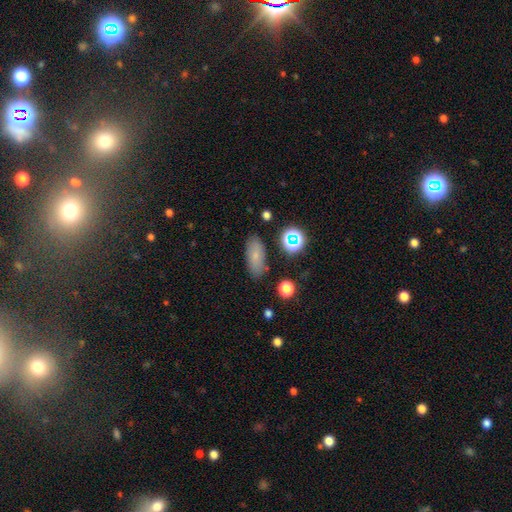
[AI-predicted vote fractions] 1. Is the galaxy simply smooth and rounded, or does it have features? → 74% smooth, 13% featured or disk, 13% star or artifact.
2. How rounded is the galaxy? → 81% in between, 13% cigar-shaped, 6% round.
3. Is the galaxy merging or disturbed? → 82% none, 12% minor disturbance, 3% major disturbance, 3% merger.